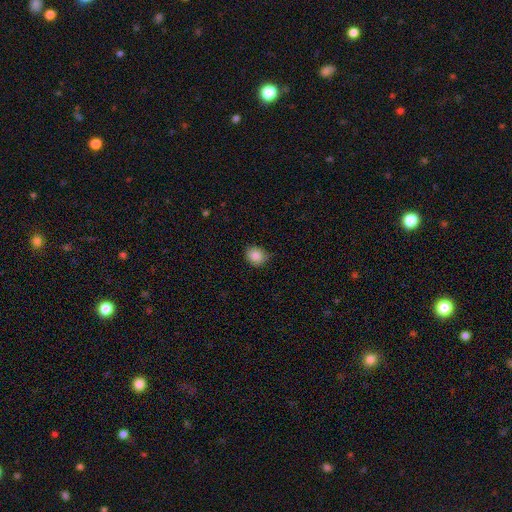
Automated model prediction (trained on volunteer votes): smooth_or_featured: smooth (p=0.87) [alt: star or artifact p=0.09]
how_rounded: round (p=0.66) [alt: in between p=0.33]
merging: none (p=0.76) [alt: minor disturbance p=0.20]